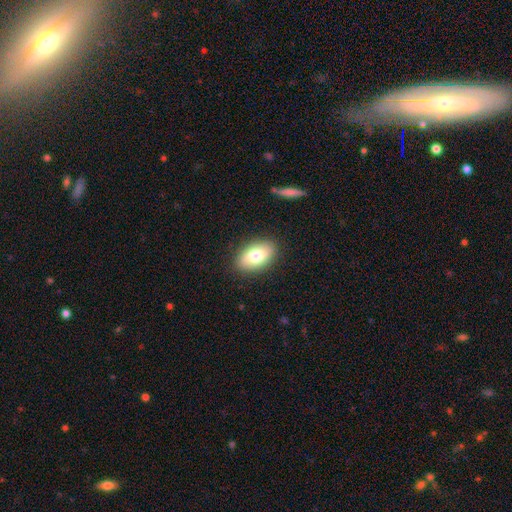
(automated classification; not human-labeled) A smooth galaxy with no disk features (76%) that is in between round and cigar-shaped (91%).

Vote fractions:
- Smooth or featured? smooth: 76% / featured or disk: 17% / star or artifact: 7%
- How rounded? in between: 91% / round: 7% / cigar-shaped: 2%
- Merging? none: 88% / minor disturbance: 9% / major disturbance: 2% / merger: 1%